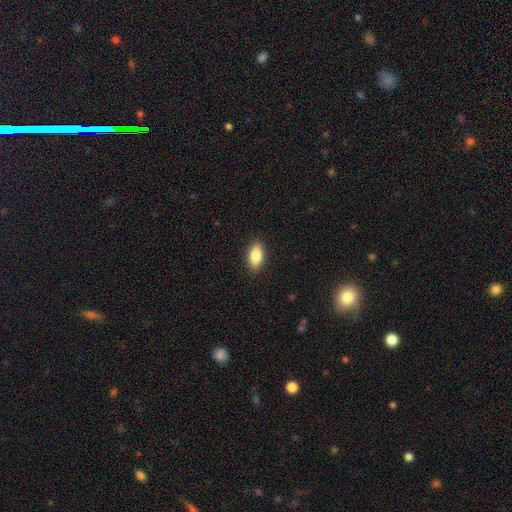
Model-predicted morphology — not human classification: smooth-or-featured: smooth: 83% | featured or disk: 10% | star or artifact: 7%
  how-rounded: in between: 87% | cigar-shaped: 9% | round: 4%
  merging: none: 89% | minor disturbance: 8% | major disturbance: 2% | merger: 1%